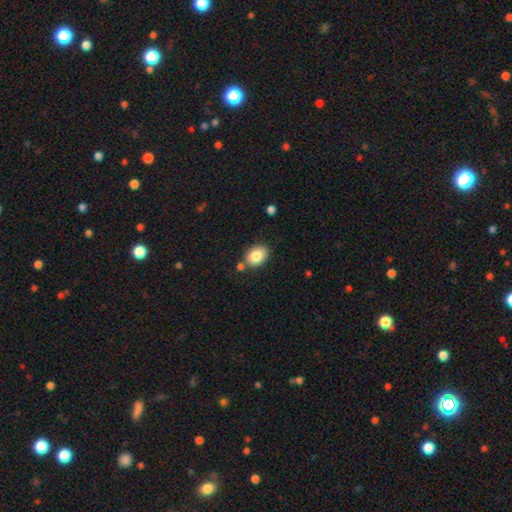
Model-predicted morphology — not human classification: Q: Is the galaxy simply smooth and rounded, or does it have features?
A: smooth — 85%.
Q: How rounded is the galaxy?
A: in between — 75%.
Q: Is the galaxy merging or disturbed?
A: none — 77%.